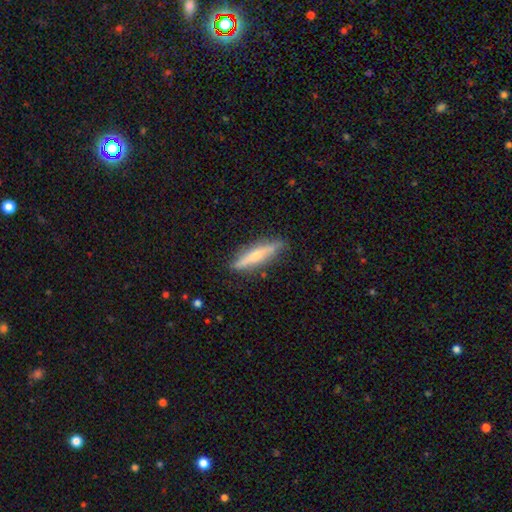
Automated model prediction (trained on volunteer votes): Q: Smooth or featured?
A: featured or disk (51%); runner-up: smooth (43%)
Q: Edge-on disk?
A: yes (92%); runner-up: no (8%)
Q: Merging?
A: none (85%); runner-up: minor disturbance (12%)